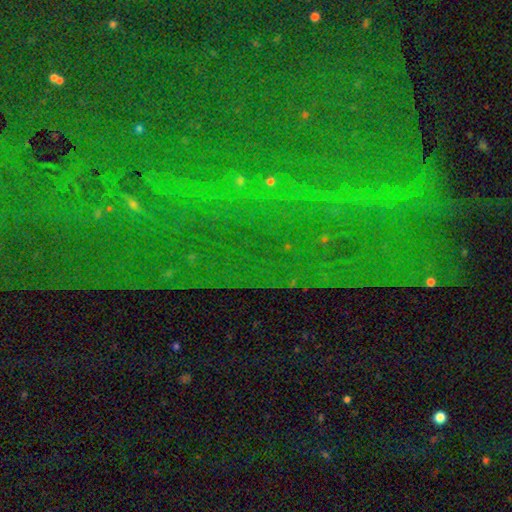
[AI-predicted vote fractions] Smooth or featured? star or artifact (82%)